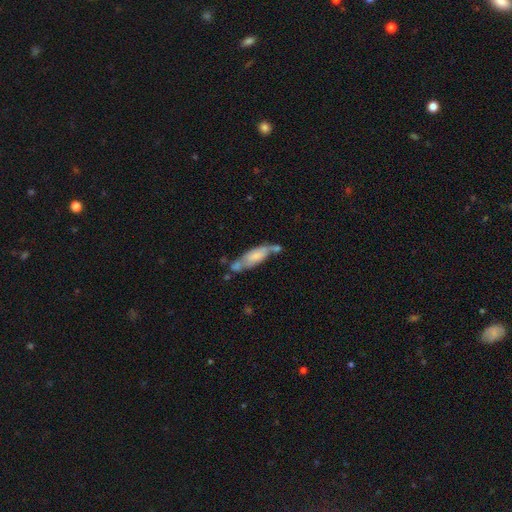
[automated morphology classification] Overall: smooth (55%; featured or disk 38%). How rounded: in between (49%, tied with cigar-shaped). Merging: none (33%; merger 31%).